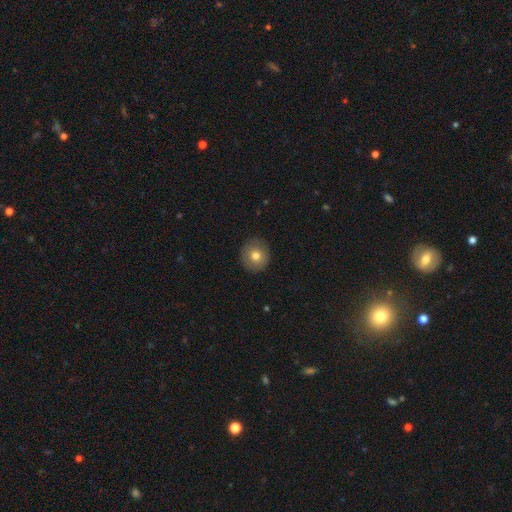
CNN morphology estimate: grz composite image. It shows a smooth galaxy with no disk features (75%) that is round (92%). Merging: none (89%).